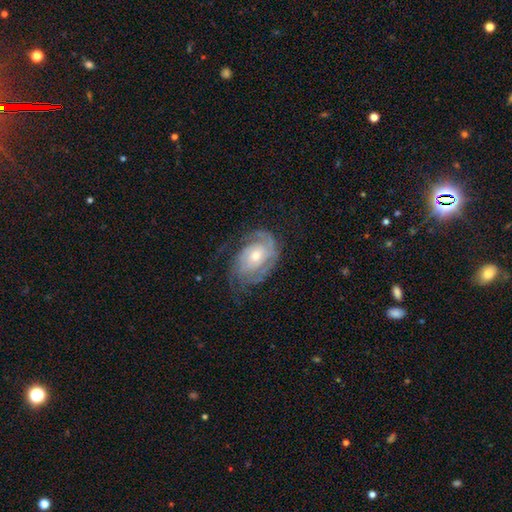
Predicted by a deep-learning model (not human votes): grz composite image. It shows a featured or disk galaxy (85%) with no bar (72%), can't tell (30%, tied with 2) tight (65%) spiral arms (95%) and a moderate central bulge (58%). Merging: none (66%).